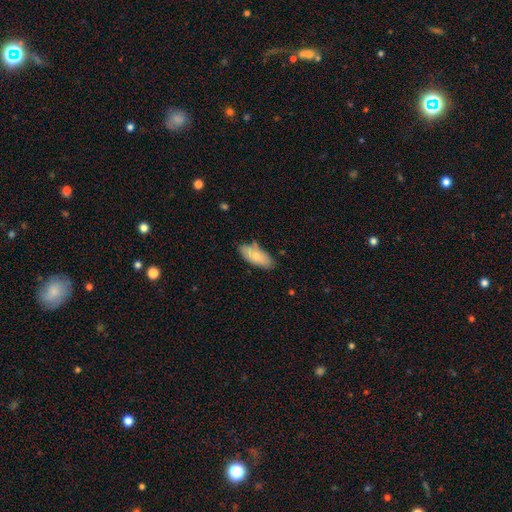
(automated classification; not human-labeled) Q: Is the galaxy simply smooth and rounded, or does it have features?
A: smooth — 77%.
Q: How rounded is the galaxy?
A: in between — 86%.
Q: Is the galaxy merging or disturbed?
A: none — 74%.